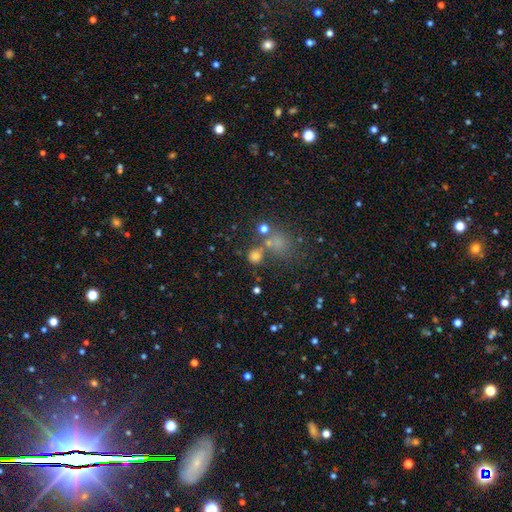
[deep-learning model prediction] Smooth or featured?
  - smooth: 70% *
  - star or artifact: 21%
  - featured or disk: 9%
How rounded?
  - round: 81% *
  - in between: 18%
  - cigar-shaped: 1%
Merging?
  - none: 60% *
  - merger: 20%
  - minor disturbance: 12%
  - major disturbance: 8%